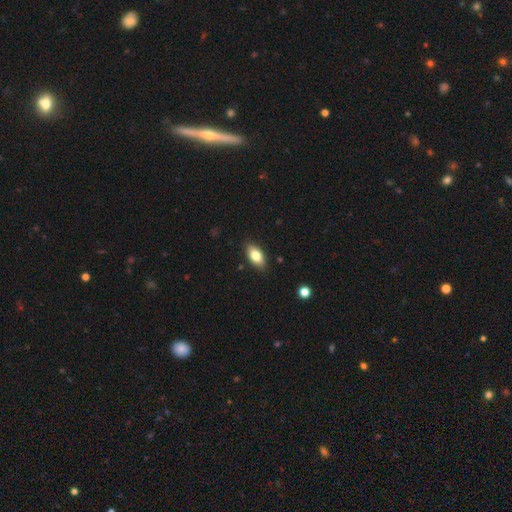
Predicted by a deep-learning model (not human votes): Morphology: type=smooth (79%); roundness=in between (89%); merging=none (86%).